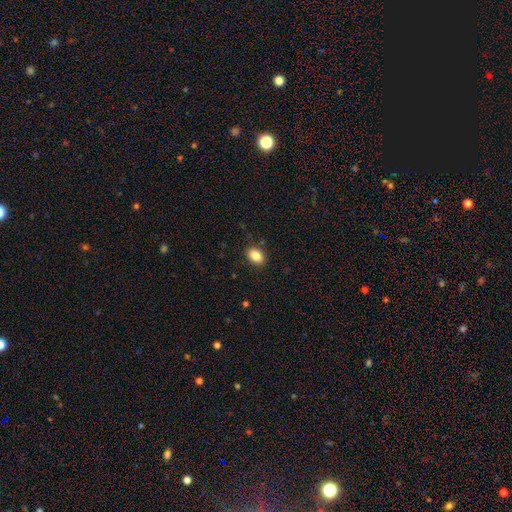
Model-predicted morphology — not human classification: Smooth or featured: smooth — 86% (star or artifact — 9%)
How rounded: in between — 83% (round — 16%)
Merging: none — 87% (minor disturbance — 10%)